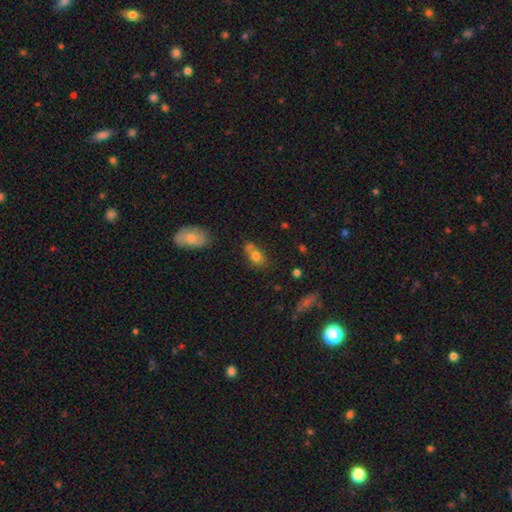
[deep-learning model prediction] Q: Smooth or featured?
A: smooth (76%); runner-up: featured or disk (13%)
Q: How rounded?
A: in between (73%); runner-up: round (24%)
Q: Merging?
A: none (45%); runner-up: merger (24%)